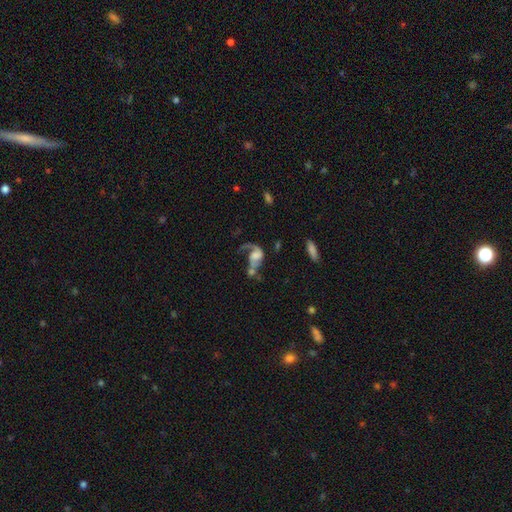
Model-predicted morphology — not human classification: Smooth or featured?
  - featured or disk: 71% *
  - smooth: 21%
  - star or artifact: 8%
Edge-on disk?
  - no: 97% *
  - yes: 3%
Bar?
  - no: 57% *
  - weak: 33%
  - strong: 10%
Spiral arms?
  - yes: 87% *
  - no: 13%
Spiral winding?
  - loose: 66% *
  - medium: 26%
  - tight: 7%
Spiral arm count?
  - 1: 50% *
  - 2: 43%
  - can't tell: 4%
  - 3: 1%
  - 4: 1%
  - more than 4: 1%
Bulge size?
  - moderate: 28% *
  - large: 25%
  - none: 24%
  - small: 19%
  - dominant: 4%
Merging?
  - major disturbance: 35% *
  - merger: 30%
  - none: 23%
  - minor disturbance: 12%